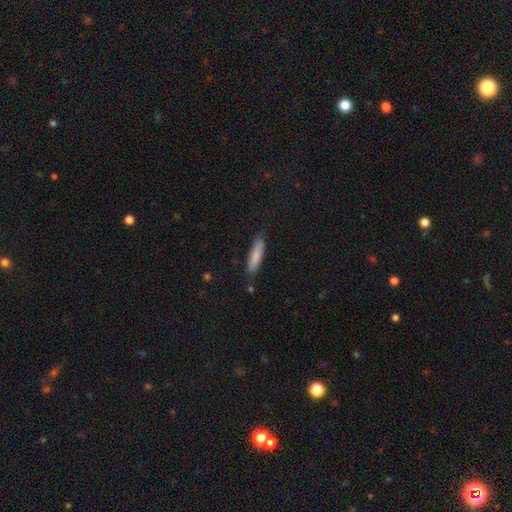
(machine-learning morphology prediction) A smooth galaxy with no disk features (80%) that is cigar-shaped (74%). Merging: none (80%).